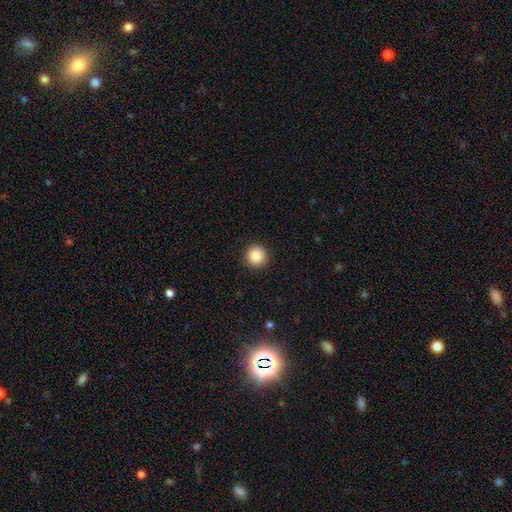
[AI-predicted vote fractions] A smooth galaxy with no disk features (87%) that is round (96%). Merging: none (93%).